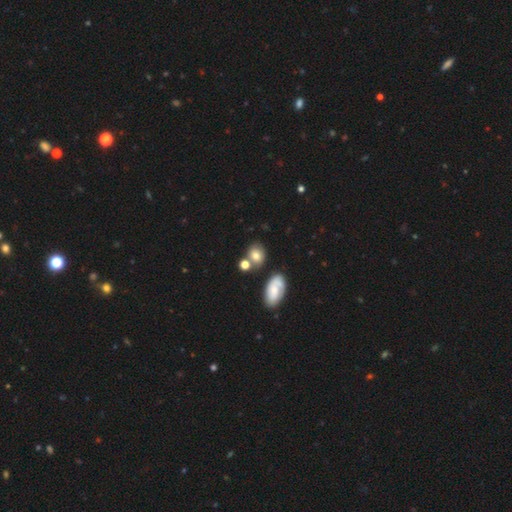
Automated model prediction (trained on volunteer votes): Smooth or featured: smooth — 71% (featured or disk — 18%)
How rounded: round — 51% (in between — 48%)
Merging: none — 61% (merger — 18%)